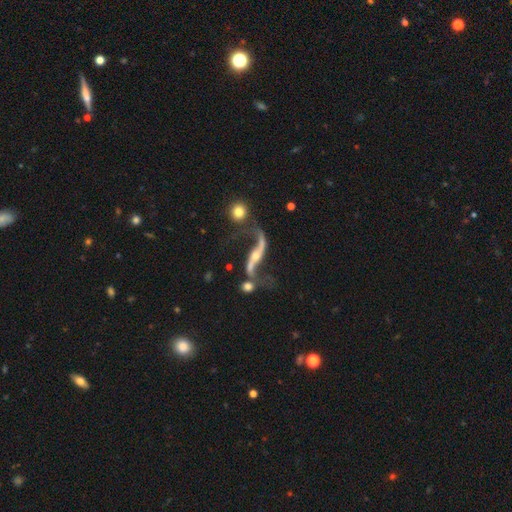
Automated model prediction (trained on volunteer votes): featured or disk 89%, star or artifact 6%, smooth 5%. Down the decision tree: edge-on disk — no (85%); bar — no (40%); spiral arms — yes (94%); spiral arm count — 2 (92%); spiral winding — loose (92%); bulge size — small (46%); merging — none (49%).